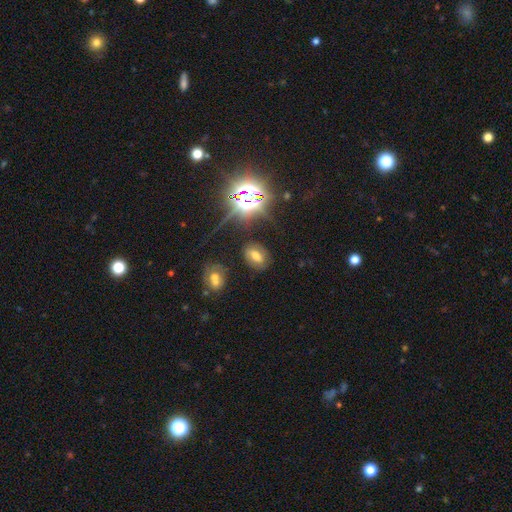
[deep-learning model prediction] Smooth or featured? Predicted: smooth (p=0.48). Merging? Predicted: none (p=0.80).